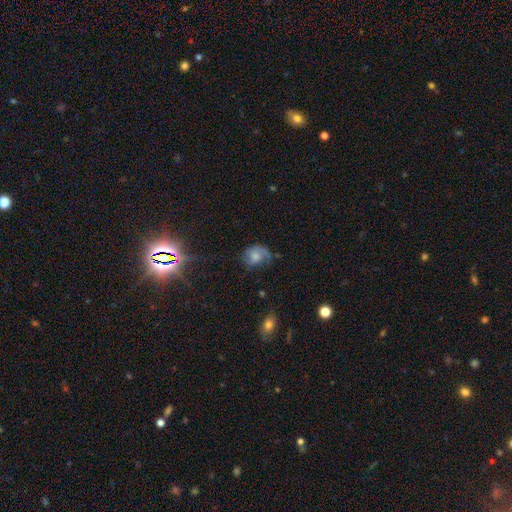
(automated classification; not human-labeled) smooth-or-featured: smooth: 52% | featured or disk: 37% | star or artifact: 12%
  how-rounded: round: 56% | in between: 43% | cigar-shaped: 1%
  merging: none: 48% | minor disturbance: 30% | major disturbance: 19% | merger: 2%